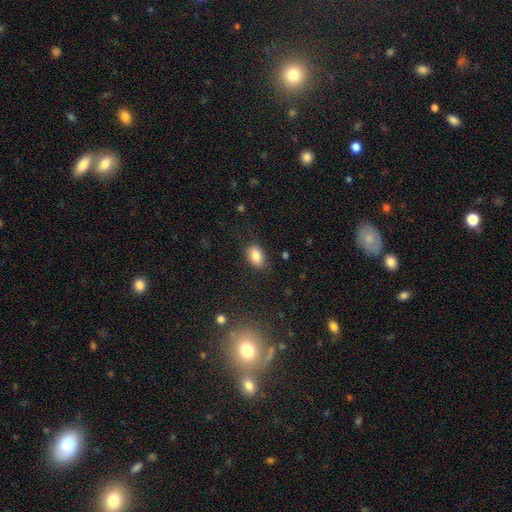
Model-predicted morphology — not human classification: A smooth galaxy with no disk features (83%) that is in between round and cigar-shaped (88%). Merging: none (82%).